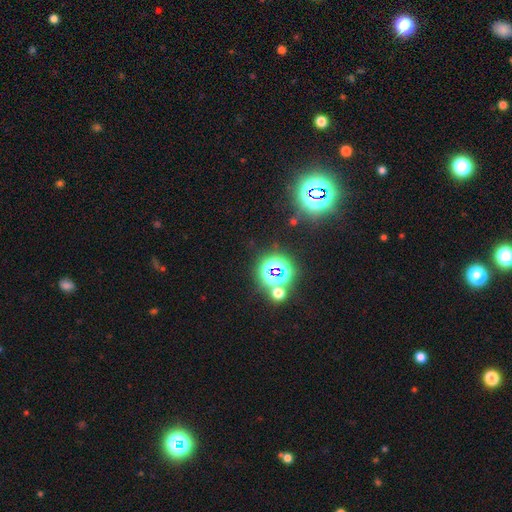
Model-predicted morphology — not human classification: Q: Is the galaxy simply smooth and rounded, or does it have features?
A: star or artifact — 81%.